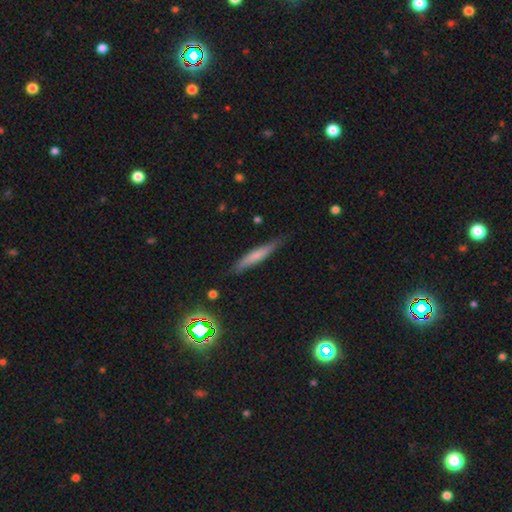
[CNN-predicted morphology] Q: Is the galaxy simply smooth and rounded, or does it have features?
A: smooth — 61%.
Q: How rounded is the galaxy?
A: cigar-shaped — 91%.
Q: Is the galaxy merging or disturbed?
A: none — 82%.